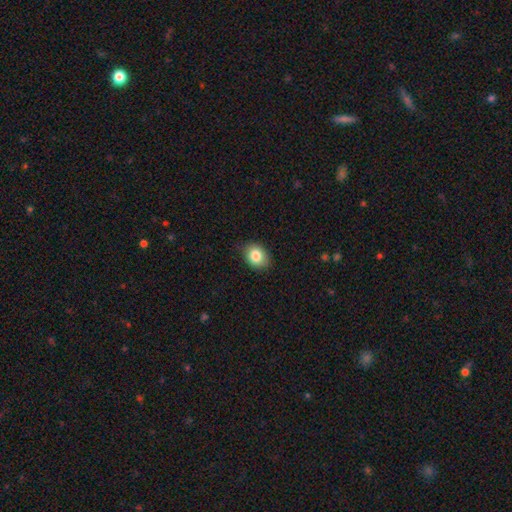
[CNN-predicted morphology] smooth 83%, star or artifact 9%, featured or disk 8%. Down the decision tree: how rounded — in between (62%); merging — none (82%).